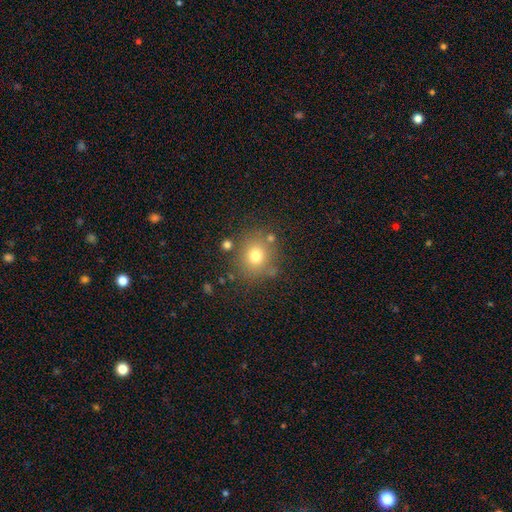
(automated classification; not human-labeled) Smooth or featured?
  - smooth: 72% *
  - star or artifact: 15%
  - featured or disk: 12%
How rounded?
  - round: 82% *
  - in between: 17%
  - cigar-shaped: 1%
Merging?
  - none: 77% *
  - minor disturbance: 12%
  - merger: 6%
  - major disturbance: 5%